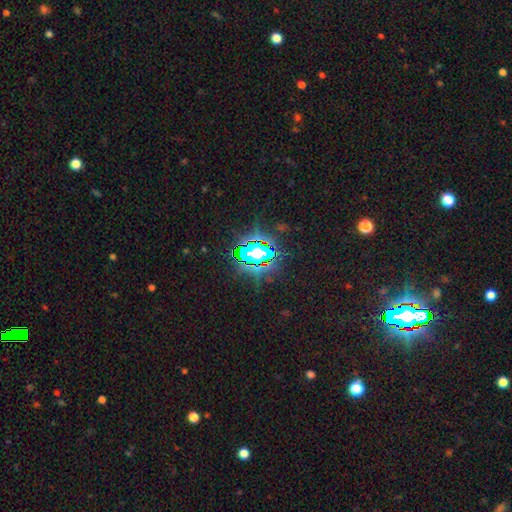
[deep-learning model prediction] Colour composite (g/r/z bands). It shows a star or artifact, not a galaxy (70%).